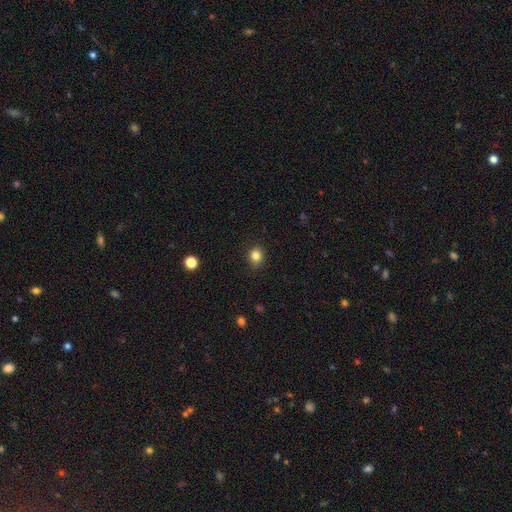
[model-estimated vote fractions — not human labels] Overall: smooth (83%). How rounded: round (72%). Merging: none (89%).